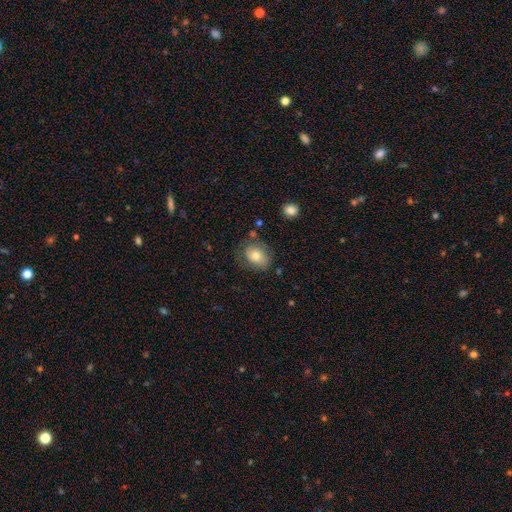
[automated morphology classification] Smooth or featured? Predicted: smooth (p=0.71). How rounded? Predicted: in between (p=0.63). Merging? Predicted: none (p=0.64).